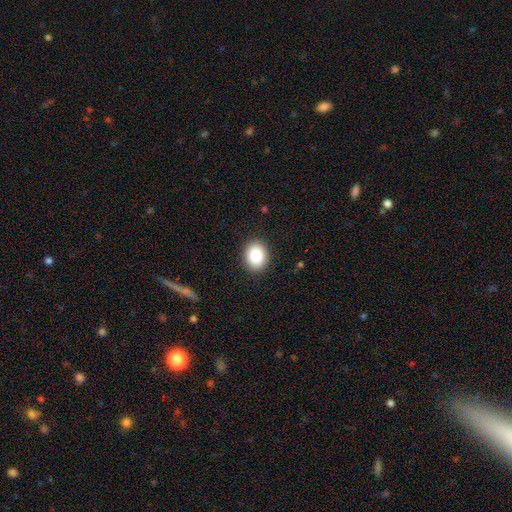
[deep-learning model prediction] smooth_or_featured: smooth (p=0.85) [alt: star or artifact p=0.09]
how_rounded: round (p=0.55) [alt: in between p=0.44]
merging: none (p=0.90) [alt: minor disturbance p=0.07]